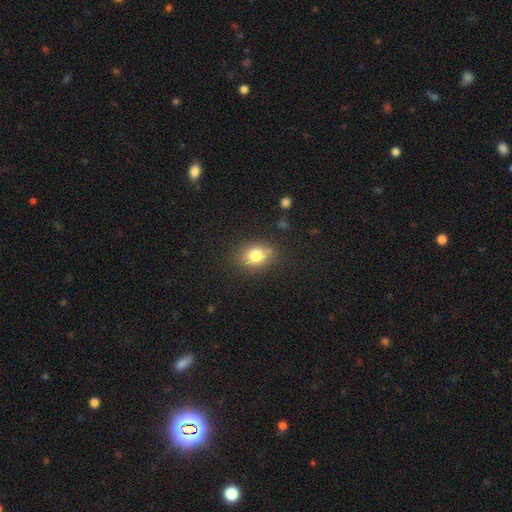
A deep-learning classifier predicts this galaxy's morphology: smooth 80%, star or artifact 10%, featured or disk 9%. Down the decision tree: how rounded — in between (57%); merging — none (79%).